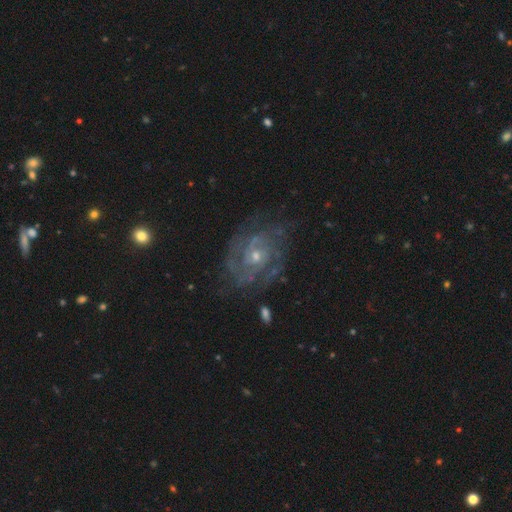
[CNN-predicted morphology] This appears to be a featured or disk galaxy (82%) with no bar (69%), tight (63%) spiral arms (95%) and a small central bulge (61%). Merging: none (77%).